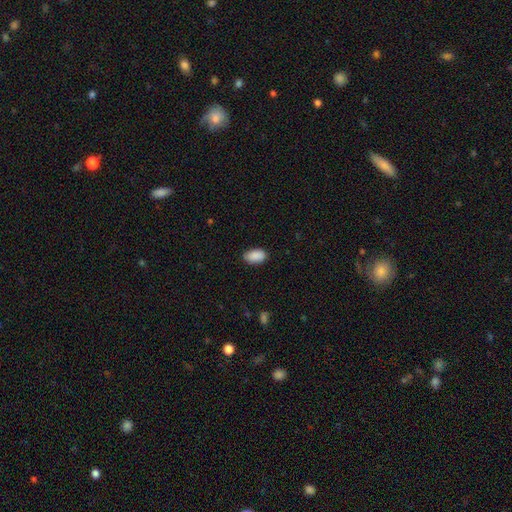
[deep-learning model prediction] A smooth galaxy with no disk features (90%) that is in between round and cigar-shaped (94%).

Vote fractions:
- Smooth or featured? smooth: 90% / star or artifact: 7% / featured or disk: 3%
- How rounded? in between: 94% / round: 4% / cigar-shaped: 2%
- Merging? none: 85% / minor disturbance: 11% / major disturbance: 2% / merger: 1%